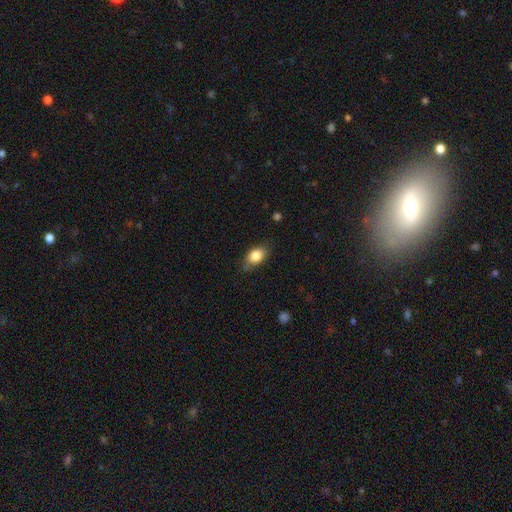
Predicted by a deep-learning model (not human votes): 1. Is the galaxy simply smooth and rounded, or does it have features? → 82% smooth, 10% featured or disk, 8% star or artifact.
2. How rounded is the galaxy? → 81% in between, 16% round, 3% cigar-shaped.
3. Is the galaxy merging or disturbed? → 73% none, 21% minor disturbance, 5% major disturbance, 1% merger.